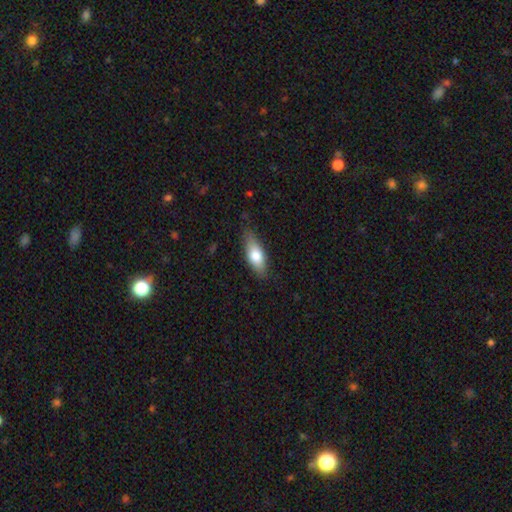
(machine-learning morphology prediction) smooth-or-featured: smooth: 72% | featured or disk: 22% | star or artifact: 6%
  how-rounded: in between: 74% | cigar-shaped: 23% | round: 3%
  merging: none: 76% | minor disturbance: 19% | major disturbance: 4% | merger: 1%